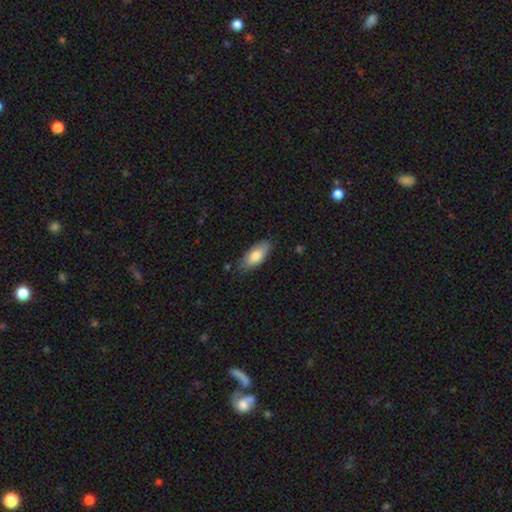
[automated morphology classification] A smooth galaxy with no disk features (81%) that is in between round and cigar-shaped (84%).

Vote fractions:
- Smooth or featured? smooth: 81% / featured or disk: 13% / star or artifact: 6%
- How rounded? in between: 84% / cigar-shaped: 14% / round: 2%
- Merging? none: 78% / minor disturbance: 18% / major disturbance: 3% / merger: 2%